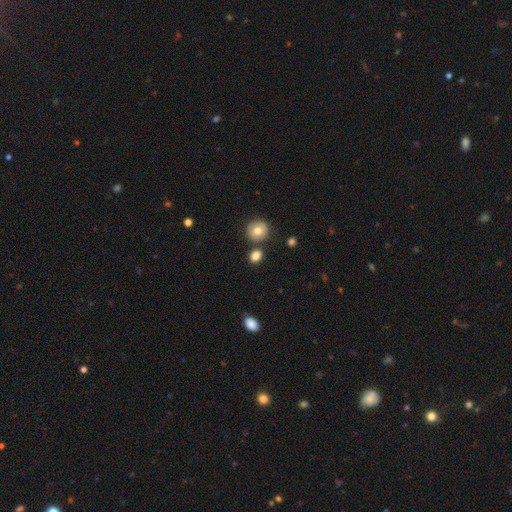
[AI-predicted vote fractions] Q: Smooth or featured?
A: smooth (83%); runner-up: star or artifact (11%)
Q: How rounded?
A: round (65%); runner-up: in between (34%)
Q: Merging?
A: none (77%); runner-up: minor disturbance (10%)